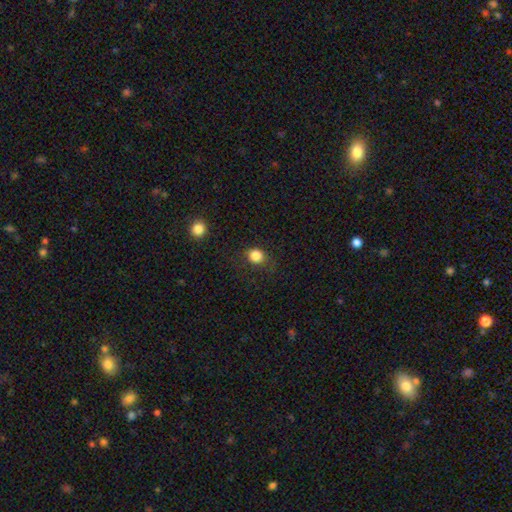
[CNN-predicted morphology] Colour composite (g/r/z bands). It shows a smooth galaxy with no disk features (84%) that is round (81%). Merging: none (74%).